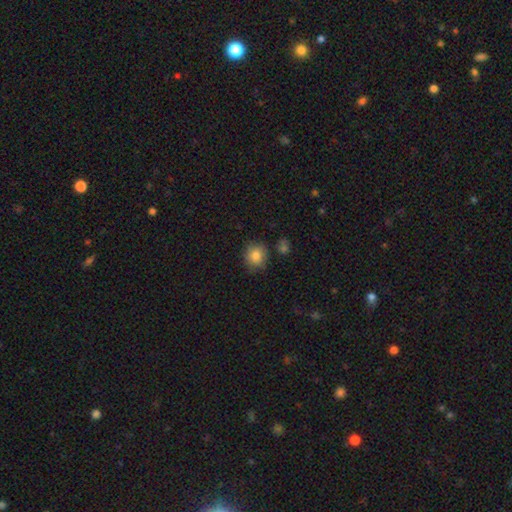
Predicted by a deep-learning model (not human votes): Smooth or featured? Predicted: smooth (p=0.83). How rounded? Predicted: round (p=0.79). Merging? Predicted: none (p=0.78).